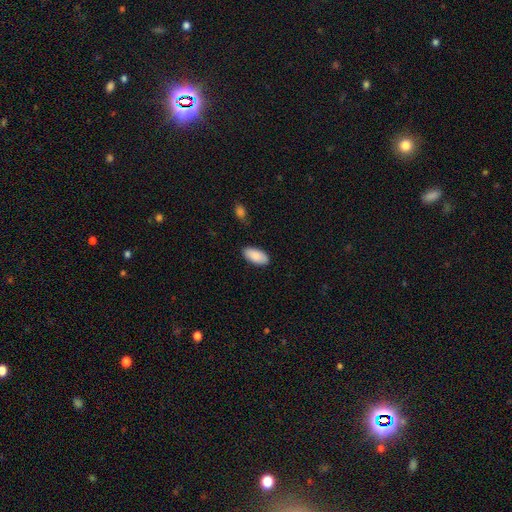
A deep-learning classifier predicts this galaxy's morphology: This appears to be a smooth galaxy with no disk features (88%) that is in between round and cigar-shaped (94%). Merging: none (86%).